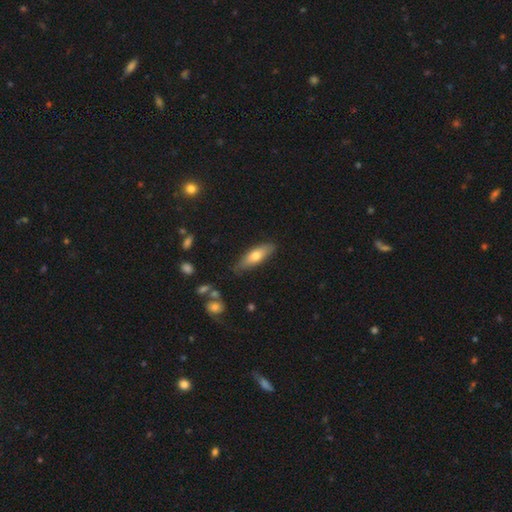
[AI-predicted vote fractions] This is likely a smooth galaxy (66%). How rounded: possibly in between (50%). Merging: likely none (80%).